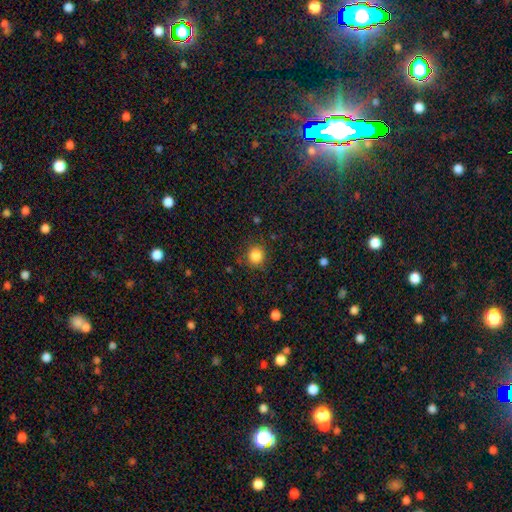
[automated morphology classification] Smooth or featured: smooth — 85% (star or artifact — 11%)
How rounded: round — 91% (in between — 8%)
Merging: none — 84% (minor disturbance — 11%)